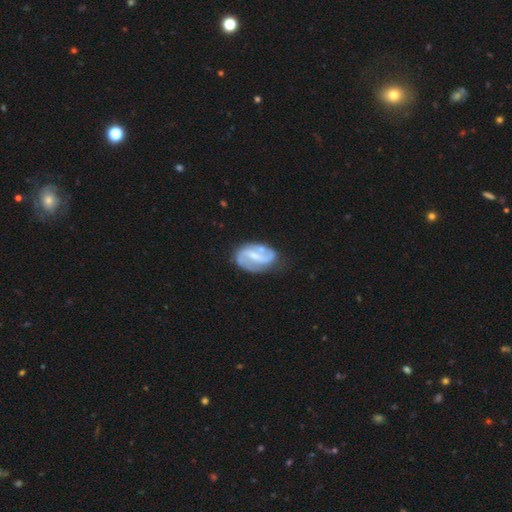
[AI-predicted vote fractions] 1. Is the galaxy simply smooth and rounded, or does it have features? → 83% featured or disk, 12% smooth, 5% star or artifact.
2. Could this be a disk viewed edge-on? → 97% no, 3% yes.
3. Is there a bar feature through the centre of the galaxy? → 46% weak, 34% strong, 20% no.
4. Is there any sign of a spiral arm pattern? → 93% yes, 7% no.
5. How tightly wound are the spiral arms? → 45% medium, 37% loose, 18% tight.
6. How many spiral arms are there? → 86% 2, 6% can't tell, 3% 1, 3% 3, 1% 4, 1% more than 4.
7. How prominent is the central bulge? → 55% small, 31% moderate, 11% none, 2% large, 1% dominant.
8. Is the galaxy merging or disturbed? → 65% none, 21% minor disturbance, 9% major disturbance, 5% merger.